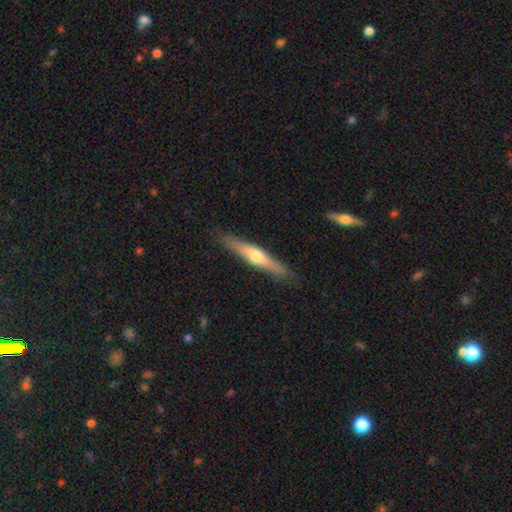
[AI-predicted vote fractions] smooth-or-featured: featured or disk: 56% | smooth: 38% | star or artifact: 6%
  disk-edge-on: yes: 95% | no: 5%
    edge-on-bulge: rounded: 88% | none: 8% | boxy: 4%
  merging: none: 88% | minor disturbance: 9% | major disturbance: 2% | merger: 1%